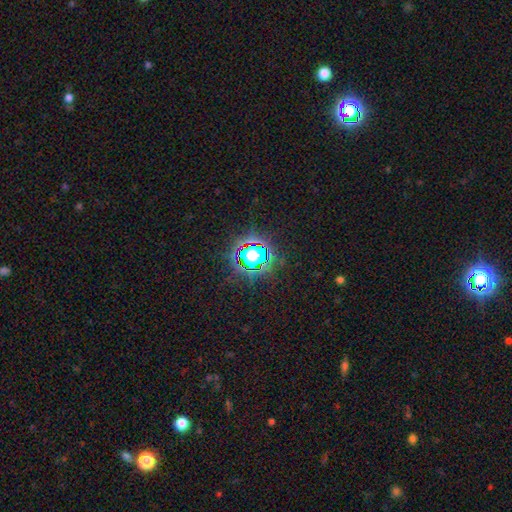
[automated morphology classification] This is likely a star or artifact rather than a galaxy (79%).